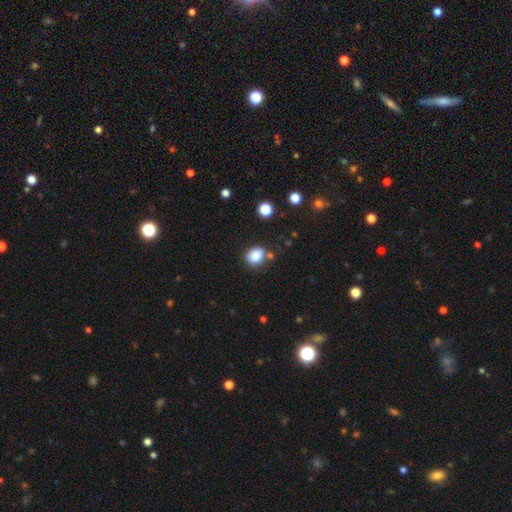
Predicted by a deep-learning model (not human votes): Smooth or featured? Predicted: smooth (p=0.84). How rounded? Predicted: in between (p=0.50). Merging? Predicted: none (p=0.71).